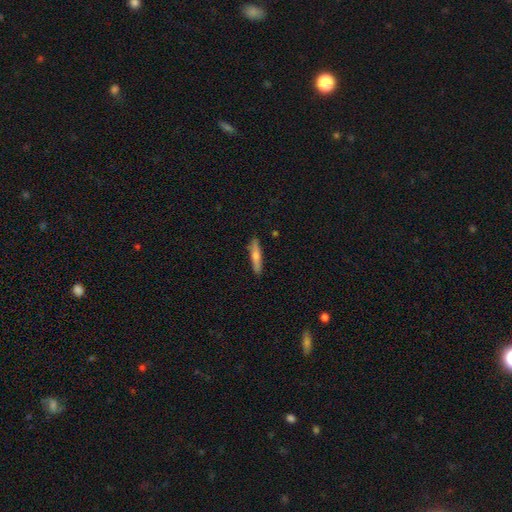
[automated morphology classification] This is possibly a smooth galaxy (60%). How rounded: clearly cigar-shaped (84%). Merging: clearly none (88%).